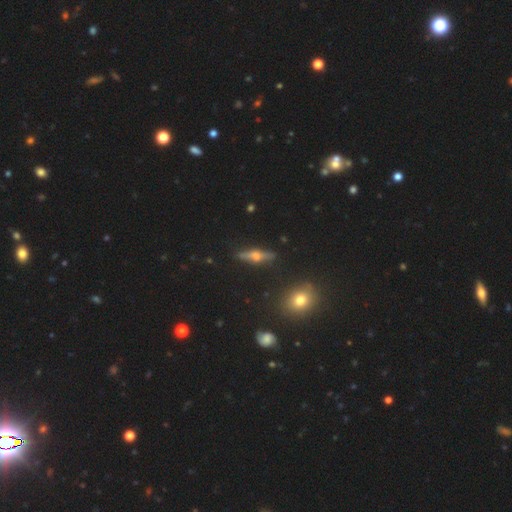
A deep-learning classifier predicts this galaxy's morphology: Q: Smooth or featured?
A: featured or disk (73%); runner-up: smooth (18%)
Q: Edge-on disk?
A: yes (95%); runner-up: no (5%)
Q: Edge-on bulge?
A: rounded (95%); runner-up: boxy (3%)
Q: Merging?
A: none (89%); runner-up: minor disturbance (7%)